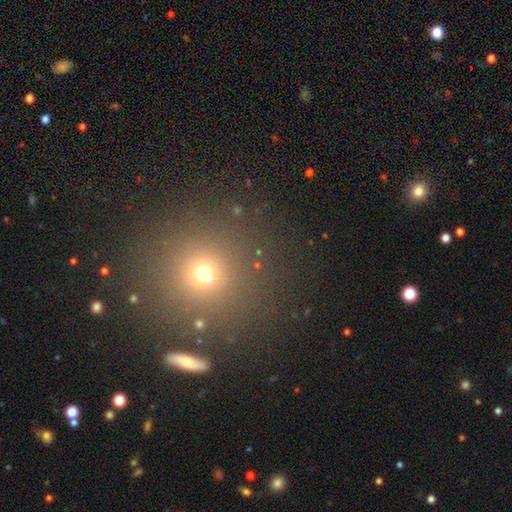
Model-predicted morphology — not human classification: Smooth or featured?
  - smooth: 54% *
  - star or artifact: 39%
  - featured or disk: 8%
How rounded?
  - round: 94% *
  - in between: 5%
  - cigar-shaped: 1%
Merging?
  - none: 87% *
  - minor disturbance: 6%
  - merger: 4%
  - major disturbance: 3%